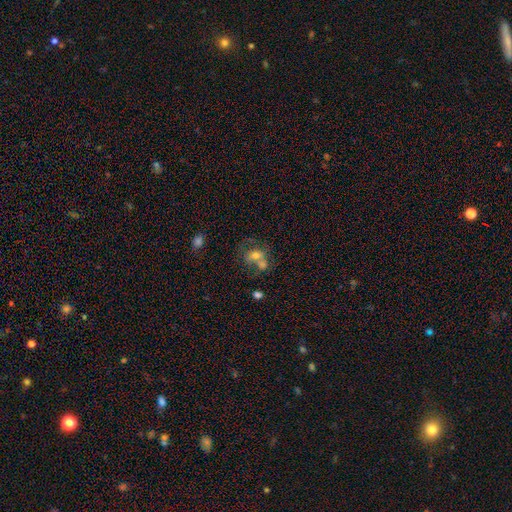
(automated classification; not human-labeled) smooth 60%, featured or disk 28%, star or artifact 12%. Down the decision tree: how rounded — in between (54%); merging — merger (56%).